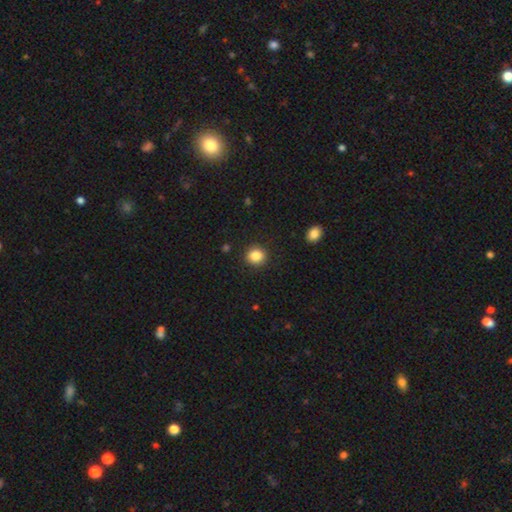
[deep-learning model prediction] smooth-or-featured: smooth: 85% | star or artifact: 10% | featured or disk: 4%
  how-rounded: round: 83% | in between: 16% | cigar-shaped: 1%
  merging: none: 91% | minor disturbance: 6% | major disturbance: 2% | merger: 1%